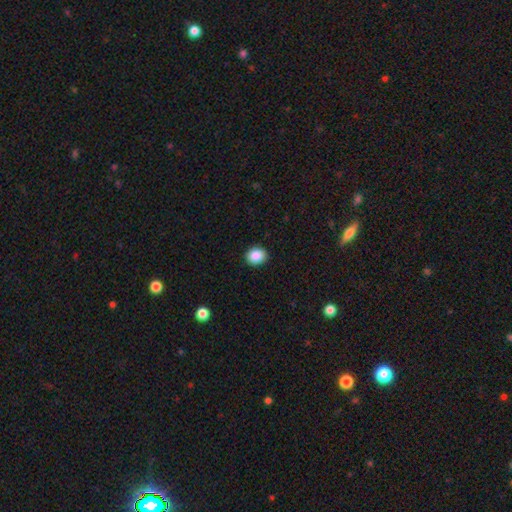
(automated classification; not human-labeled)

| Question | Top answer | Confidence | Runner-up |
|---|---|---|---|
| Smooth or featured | smooth | 89% | star or artifact (8%) |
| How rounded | round | 63% | in between (37%) |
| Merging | none | 91% | minor disturbance (6%) |